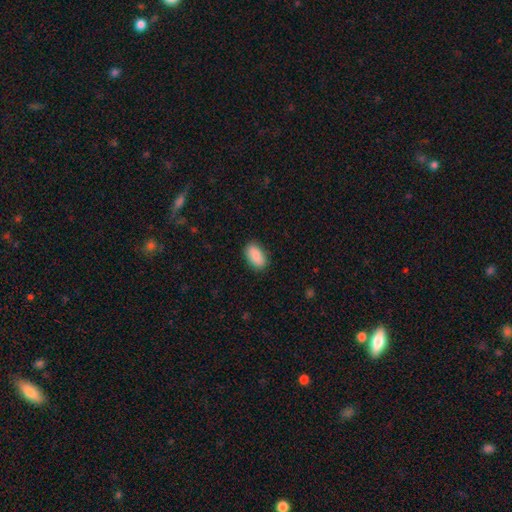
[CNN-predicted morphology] The model was most divided on "merging": none: 86%, minor disturbance: 11%, major disturbance: 3%, merger: 1%. More confident: how rounded — in between (93%); smooth or featured — smooth (89%).